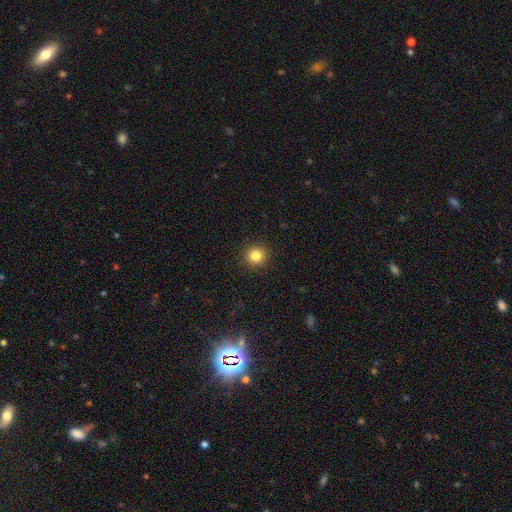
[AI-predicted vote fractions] Overall: smooth (83%). How rounded: round (93%). Merging: none (92%).